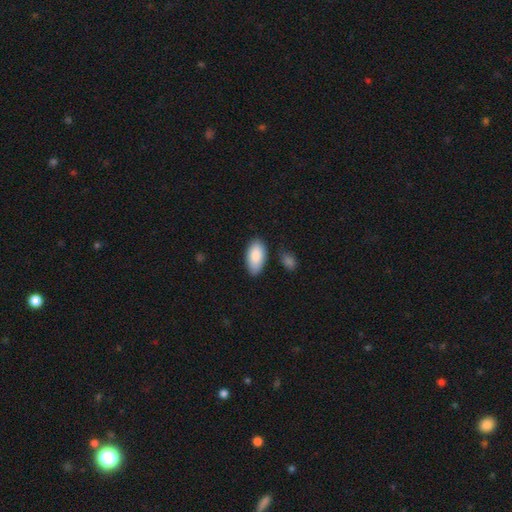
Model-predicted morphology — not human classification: This is clearly a smooth galaxy (88%). How rounded: clearly in between (94%). Merging: likely none (78%).